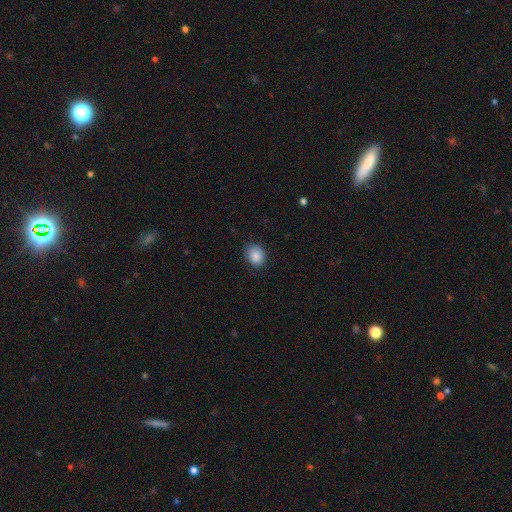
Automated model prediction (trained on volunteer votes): smooth-or-featured: smooth: 87% | star or artifact: 8% | featured or disk: 5%
  how-rounded: in between: 50% | round: 49% | cigar-shaped: 1%
  merging: none: 80% | minor disturbance: 16% | major disturbance: 3% | merger: 1%